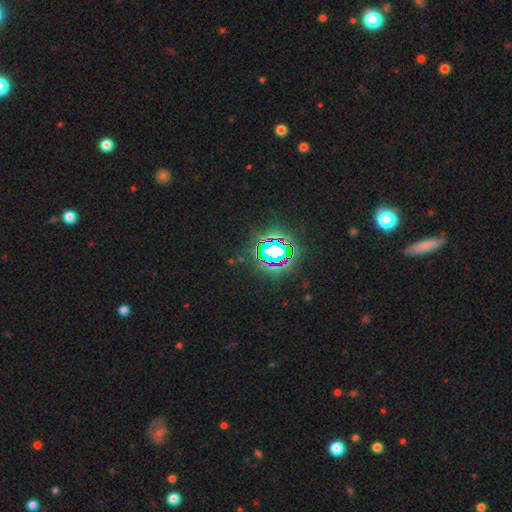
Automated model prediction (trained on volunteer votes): star or artifact 82%, smooth 11%, featured or disk 7%.